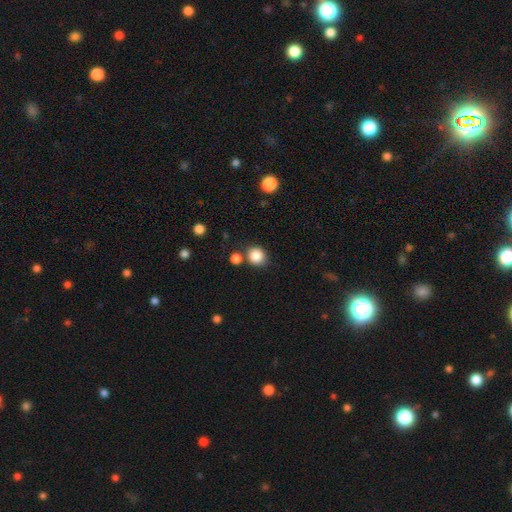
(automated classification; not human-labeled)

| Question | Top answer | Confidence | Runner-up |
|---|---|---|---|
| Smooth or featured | smooth | 86% | star or artifact (10%) |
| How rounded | round | 84% | in between (15%) |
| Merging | none | 74% | minor disturbance (11%) |